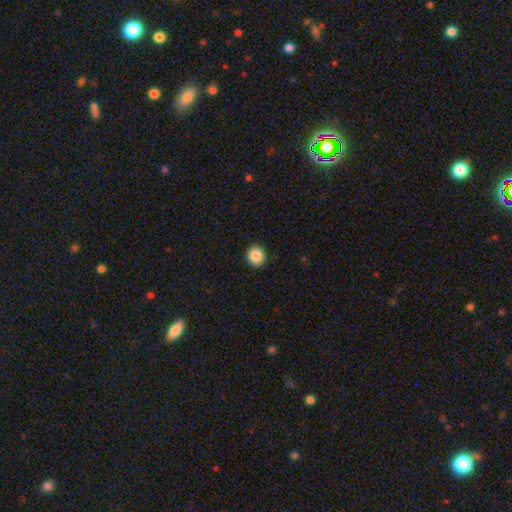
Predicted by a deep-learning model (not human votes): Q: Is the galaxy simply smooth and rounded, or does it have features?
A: smooth — 87%.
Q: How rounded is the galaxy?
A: round — 89%.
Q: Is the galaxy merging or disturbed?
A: none — 93%.